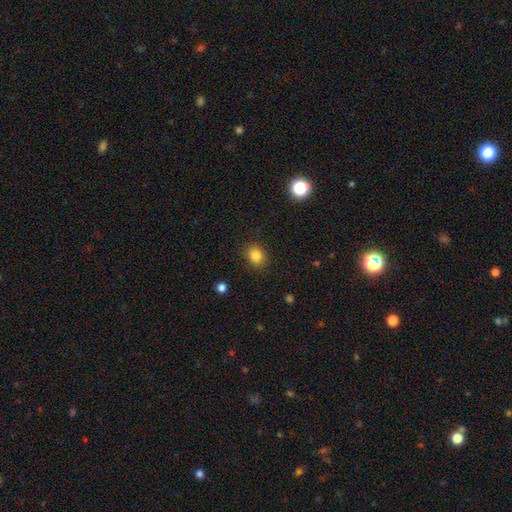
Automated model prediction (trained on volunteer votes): This is clearly a smooth galaxy (83%). How rounded: likely round (66%). Merging: clearly none (88%).